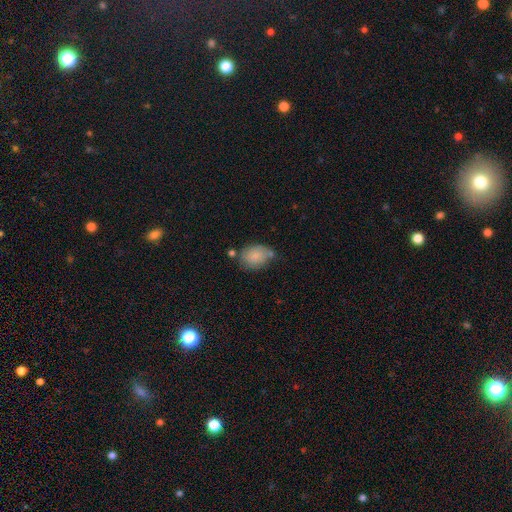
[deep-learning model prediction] The model was most divided on "merging": none: 53%, minor disturbance: 27%, merger: 12%, major disturbance: 8%. More confident: smooth or featured — smooth (79%); how rounded — in between (71%).